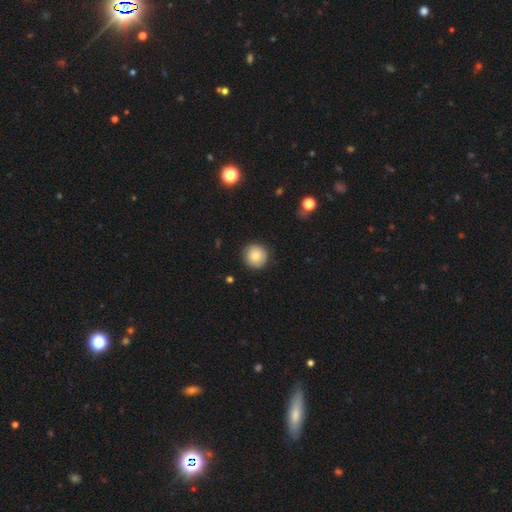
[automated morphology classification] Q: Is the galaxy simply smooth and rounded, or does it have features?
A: smooth — 81%.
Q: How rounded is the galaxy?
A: round — 95%.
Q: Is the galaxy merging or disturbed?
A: none — 88%.